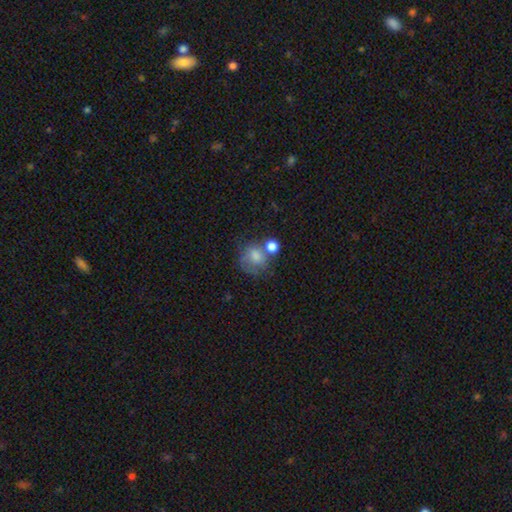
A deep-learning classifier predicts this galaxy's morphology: Smooth or featured? smooth (67%)
How rounded? round (67%)
Merging? none (38%)